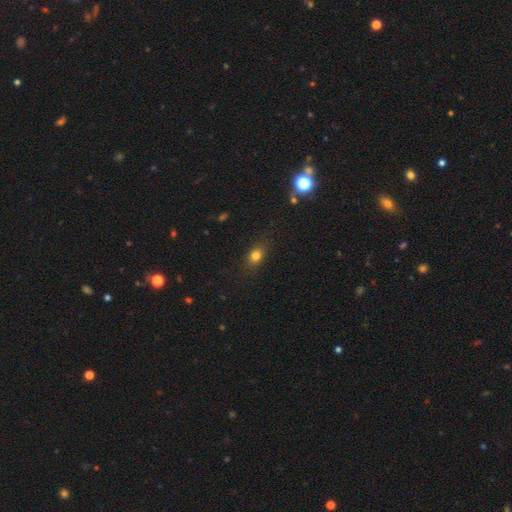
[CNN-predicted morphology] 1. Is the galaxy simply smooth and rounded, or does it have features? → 78% smooth, 13% star or artifact, 9% featured or disk.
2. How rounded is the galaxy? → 59% in between, 37% round, 4% cigar-shaped.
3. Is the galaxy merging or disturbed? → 82% none, 13% minor disturbance, 4% major disturbance, 1% merger.